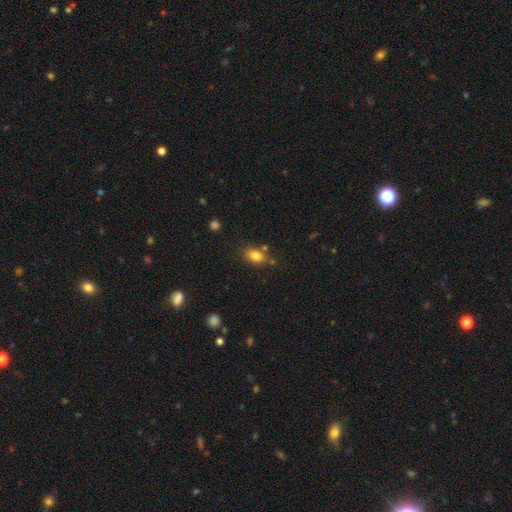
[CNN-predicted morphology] The model was most divided on "merging": none: 71%, minor disturbance: 16%, merger: 9%, major disturbance: 4%. More confident: smooth or featured — smooth (82%); how rounded — in between (79%).